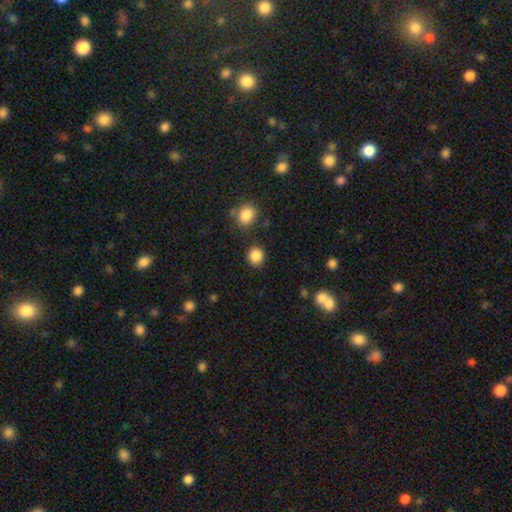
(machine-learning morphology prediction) Smooth or featured?
  - smooth: 87% *
  - star or artifact: 10%
  - featured or disk: 3%
How rounded?
  - round: 88% *
  - in between: 11%
  - cigar-shaped: 1%
Merging?
  - none: 85% *
  - minor disturbance: 8%
  - merger: 4%
  - major disturbance: 3%